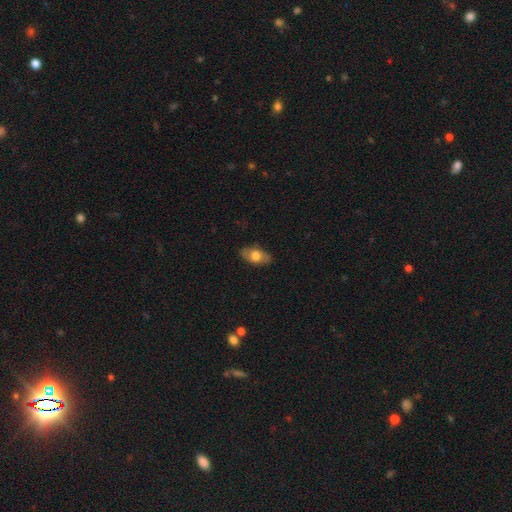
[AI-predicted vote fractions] Morphology: type=smooth (69%); roundness=in between (90%); merging=none (84%).